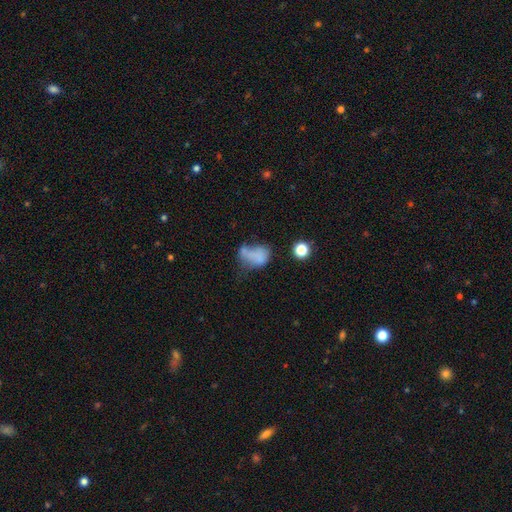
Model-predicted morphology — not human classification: Smooth or featured? smooth (64%)
How rounded? in between (79%)
Merging? major disturbance (34%)